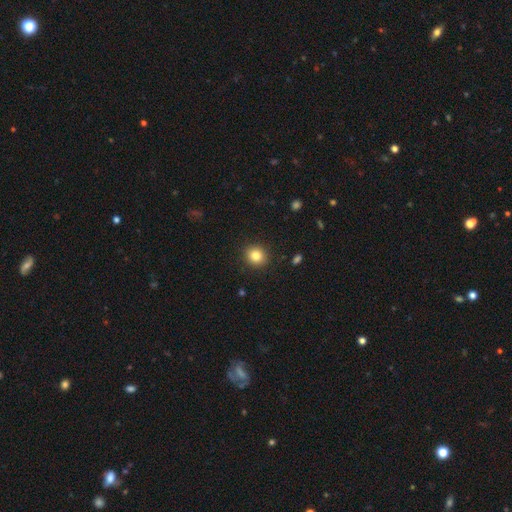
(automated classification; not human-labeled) Q: Smooth or featured?
A: smooth (83%); runner-up: star or artifact (11%)
Q: How rounded?
A: round (88%); runner-up: in between (11%)
Q: Merging?
A: none (91%); runner-up: minor disturbance (6%)